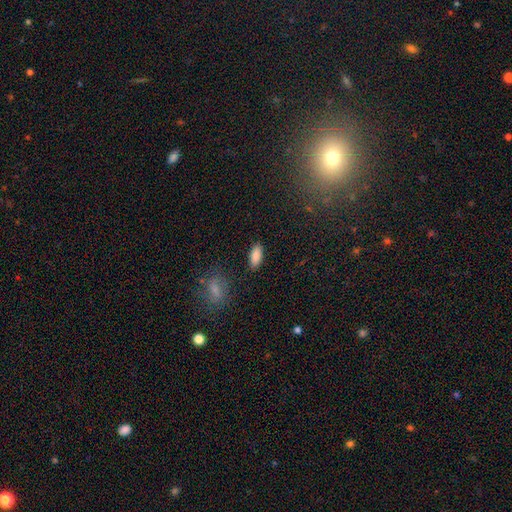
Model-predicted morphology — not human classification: smooth 87%, star or artifact 7%, featured or disk 6%. Down the decision tree: how rounded — in between (85%); merging — none (87%).